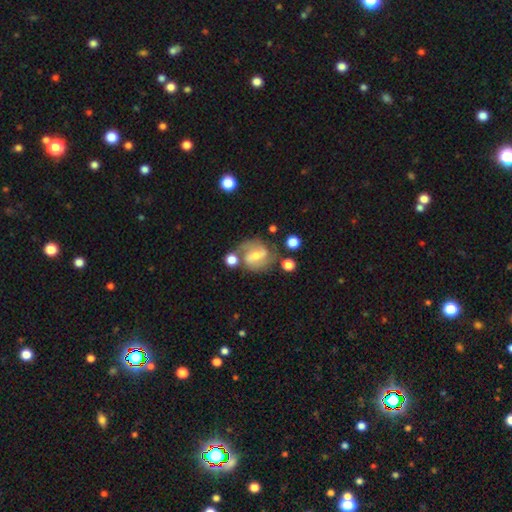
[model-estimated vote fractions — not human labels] Overall: featured or disk (76%). Edge-on disk: no (97%). Bar: weak (44%; strong 39%). Spiral arms: yes (91%). Spiral arm count: 2 (79%). Spiral winding: medium (51%; tight 25%). Bulge size: small (52%; moderate 41%). Merging: none (61%).